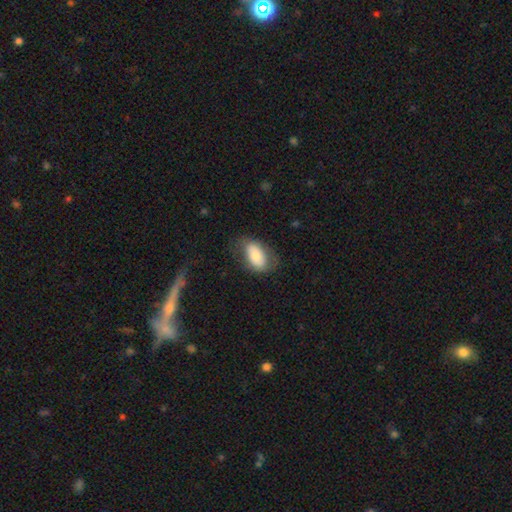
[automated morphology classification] This appears to be a smooth galaxy with no disk features (74%) that is in between round and cigar-shaped (92%). Merging: none (63%).